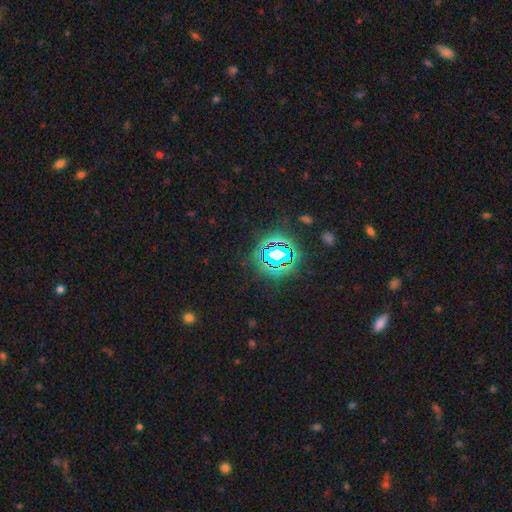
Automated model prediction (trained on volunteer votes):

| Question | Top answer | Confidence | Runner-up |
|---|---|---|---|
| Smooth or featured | star or artifact | 82% | smooth (12%) |